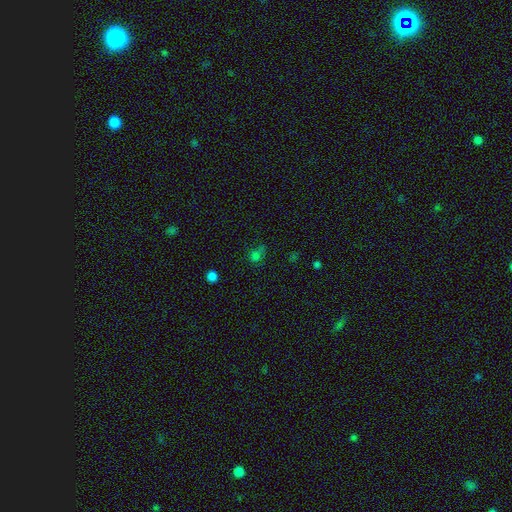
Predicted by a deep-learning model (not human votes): Q: Smooth or featured?
A: smooth (61%); runner-up: star or artifact (31%)
Q: How rounded?
A: round (67%); runner-up: in between (31%)
Q: Merging?
A: none (56%); runner-up: minor disturbance (19%)